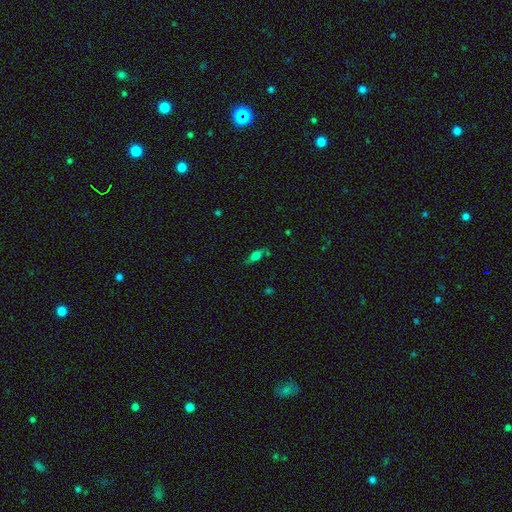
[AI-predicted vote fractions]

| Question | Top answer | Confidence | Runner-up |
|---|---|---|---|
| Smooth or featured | smooth | 57% | featured or disk (30%) |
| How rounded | in between | 63% | cigar-shaped (30%) |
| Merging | none | 69% | minor disturbance (20%) |